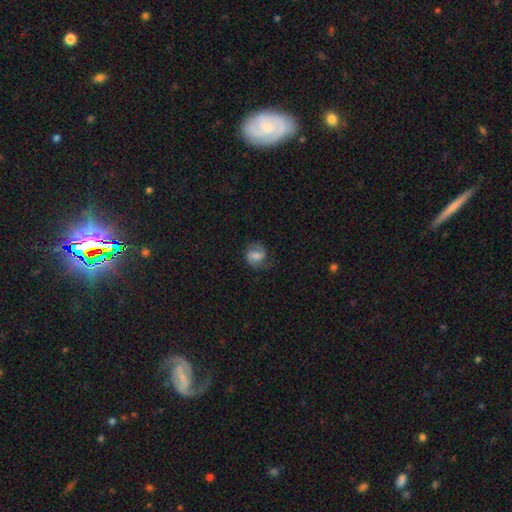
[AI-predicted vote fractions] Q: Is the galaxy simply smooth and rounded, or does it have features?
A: featured or disk — 64%.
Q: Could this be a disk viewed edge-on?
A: no — 97%.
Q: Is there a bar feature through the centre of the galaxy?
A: weak — 48%.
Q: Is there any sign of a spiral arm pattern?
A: yes — 91%.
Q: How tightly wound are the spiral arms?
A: medium — 49%.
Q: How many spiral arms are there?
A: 2 — 87%.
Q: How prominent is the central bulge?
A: moderate — 45%.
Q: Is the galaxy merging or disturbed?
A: none — 73%.